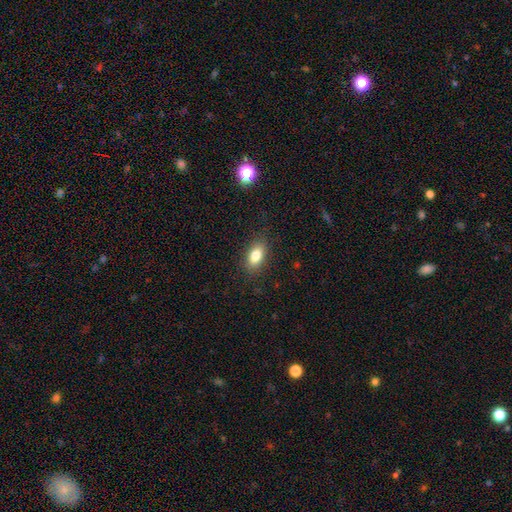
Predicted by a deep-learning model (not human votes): This appears to be a smooth galaxy with no disk features (82%) that is in between round and cigar-shaped (88%). Merging: none (86%).